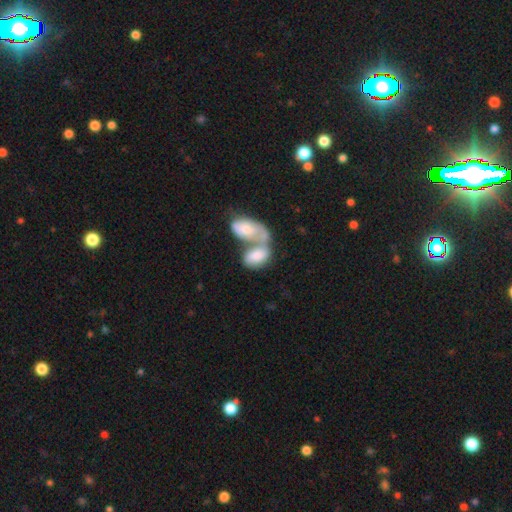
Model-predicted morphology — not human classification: smooth_or_featured: smooth (p=0.68) [alt: featured or disk p=0.26]
how_rounded: in between (p=0.92) [alt: round p=0.06]
merging: merger (p=0.78) [alt: none p=0.10]